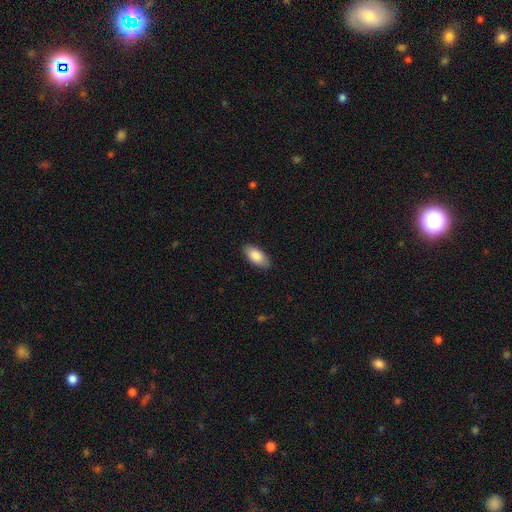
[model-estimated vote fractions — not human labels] The model was most divided on "smooth or featured": smooth: 85%, featured or disk: 9%, star or artifact: 6%. More confident: how rounded — in between (91%); merging — none (87%).